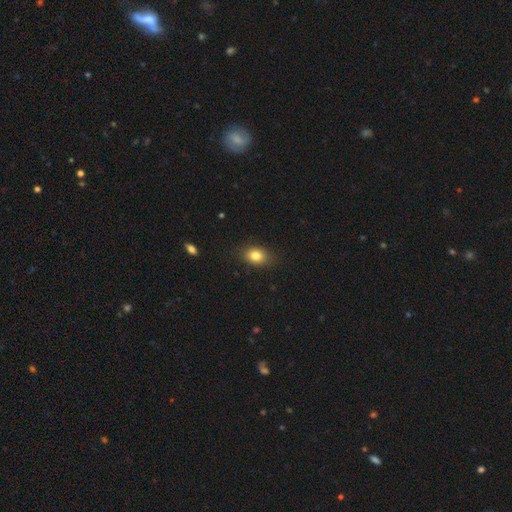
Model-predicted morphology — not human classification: A smooth galaxy with no disk features (82%) that is in between round and cigar-shaped (70%).

Vote fractions:
- Smooth or featured? smooth: 82% / star or artifact: 10% / featured or disk: 8%
- How rounded? in between: 70% / round: 28% / cigar-shaped: 2%
- Merging? none: 84% / minor disturbance: 12% / major disturbance: 3% / merger: 1%